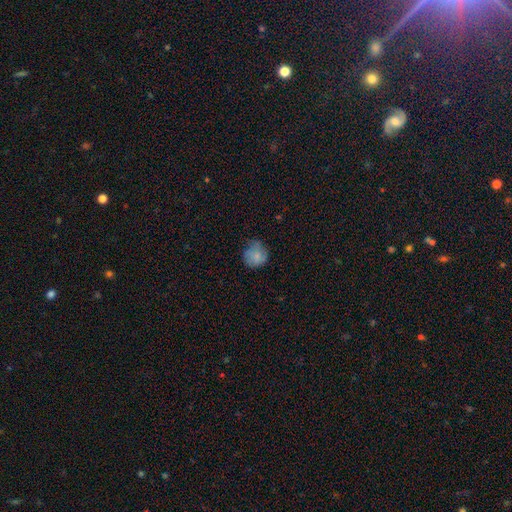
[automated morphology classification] Smooth or featured? Predicted: smooth (p=0.77). How rounded? Predicted: round (p=0.84). Merging? Predicted: none (p=0.62).